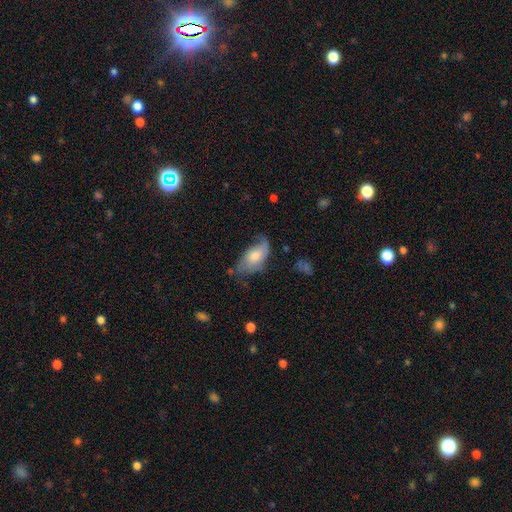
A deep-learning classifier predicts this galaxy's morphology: type=smooth (50%); roundness=in between (90%); merging=none (46%).